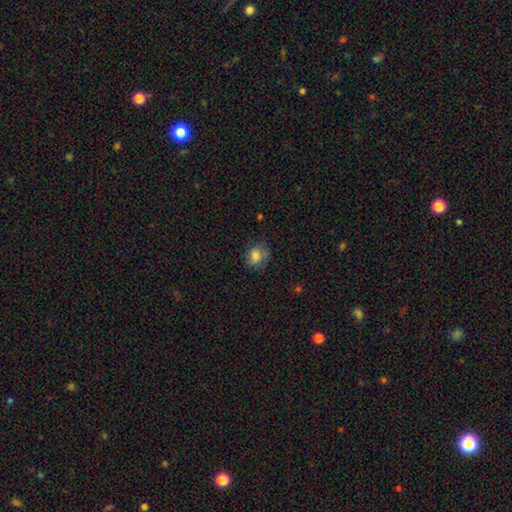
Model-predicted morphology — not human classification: smooth-or-featured: smooth: 77% | featured or disk: 12% | star or artifact: 10%
  how-rounded: round: 62% | in between: 37% | cigar-shaped: 1%
  merging: none: 71% | minor disturbance: 21% | major disturbance: 7% | merger: 1%